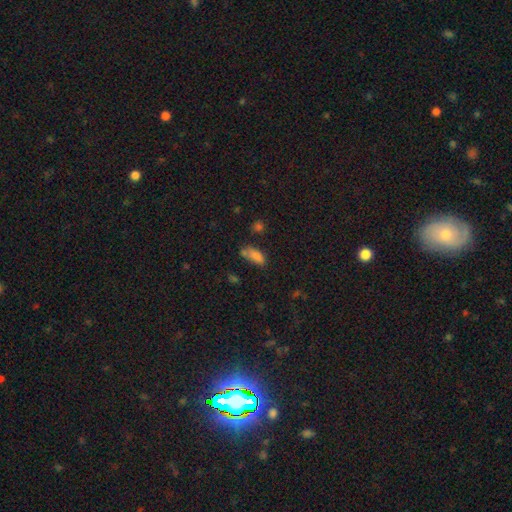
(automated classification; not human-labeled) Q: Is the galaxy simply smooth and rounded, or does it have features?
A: smooth — 78%.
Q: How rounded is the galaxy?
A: in between — 82%.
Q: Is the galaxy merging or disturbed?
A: none — 45%.